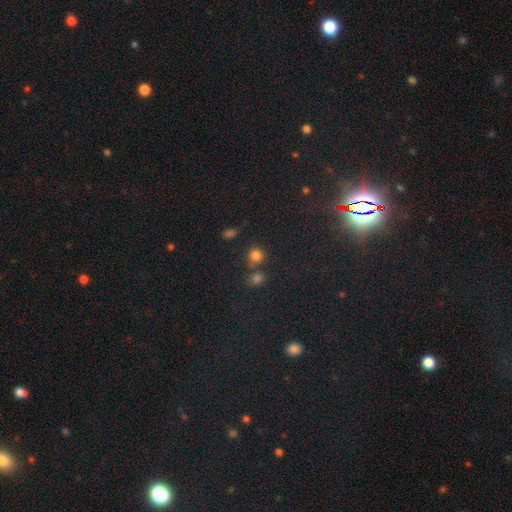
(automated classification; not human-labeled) Smooth or featured: smooth — 77% (star or artifact — 17%)
How rounded: round — 86% (in between — 13%)
Merging: none — 65% (merger — 22%)